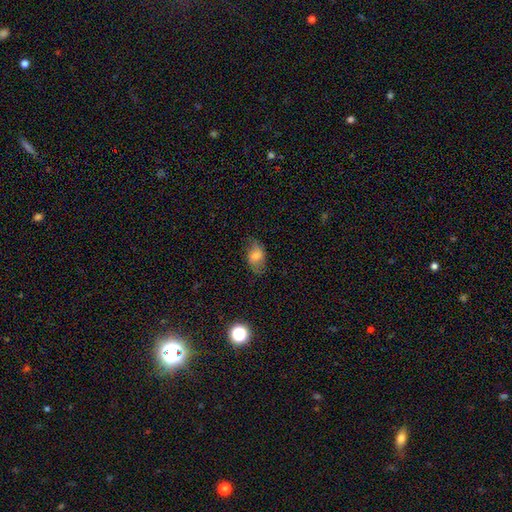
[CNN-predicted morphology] Smooth or featured: smooth — 65% (featured or disk — 26%)
How rounded: in between — 88% (round — 10%)
Merging: none — 67% (minor disturbance — 24%)